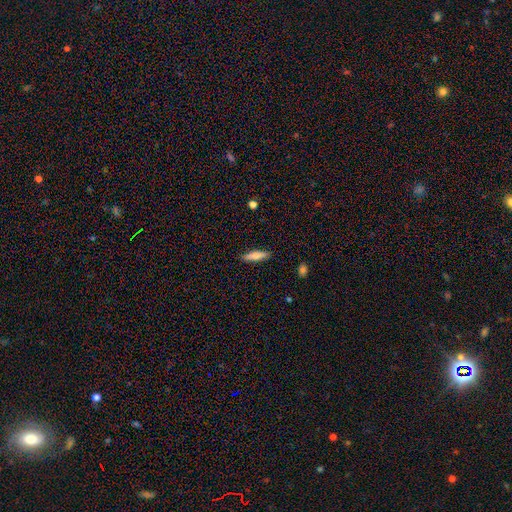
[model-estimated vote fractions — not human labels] The model was most divided on "how rounded": cigar-shaped: 72%, in between: 26%, round: 2%. More confident: merging — none (89%); smooth or featured — smooth (76%).